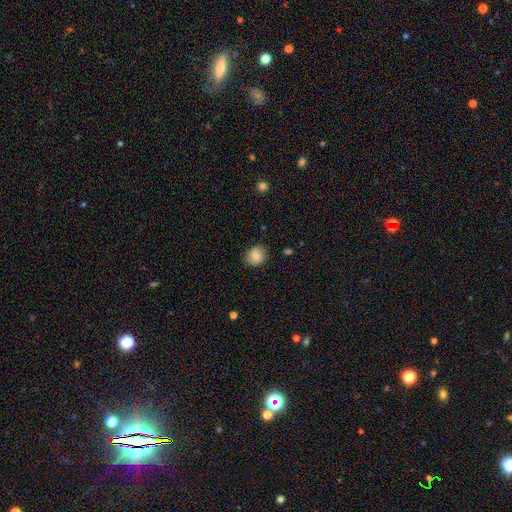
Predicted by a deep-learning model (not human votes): A smooth galaxy with no disk features (83%) that is round (72%). Merging: none (81%).